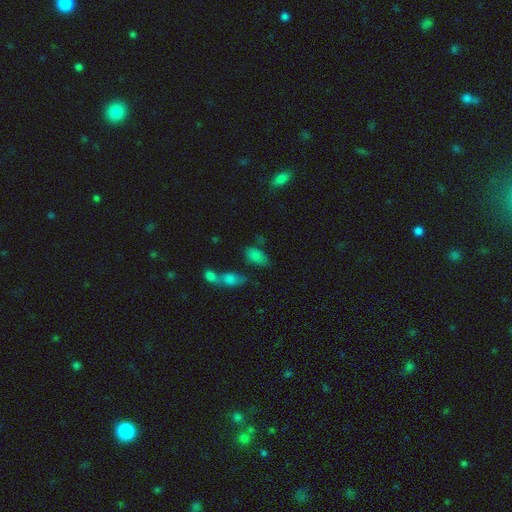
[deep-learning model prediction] This is likely a smooth galaxy (78%). How rounded: clearly in between (90%). Merging: possibly none (51%).